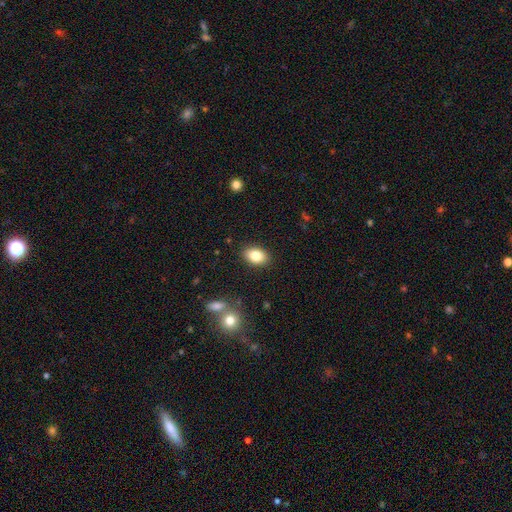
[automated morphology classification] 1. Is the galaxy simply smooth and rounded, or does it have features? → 83% smooth, 9% featured or disk, 8% star or artifact.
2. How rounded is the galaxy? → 87% in between, 12% round, 1% cigar-shaped.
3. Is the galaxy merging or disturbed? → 88% none, 8% minor disturbance, 2% major disturbance, 2% merger.